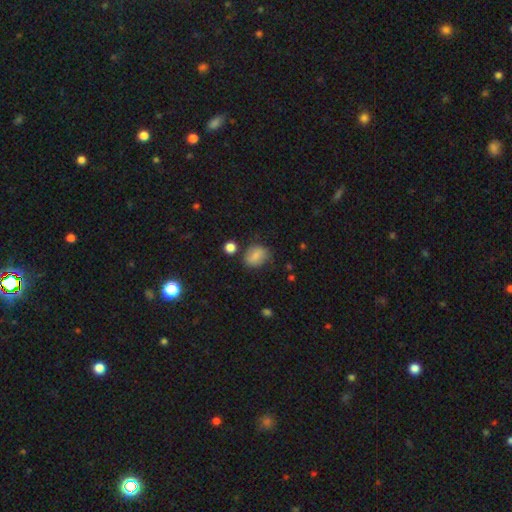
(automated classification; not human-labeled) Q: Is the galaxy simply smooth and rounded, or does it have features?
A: smooth — 73%.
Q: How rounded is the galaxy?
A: in between — 57%.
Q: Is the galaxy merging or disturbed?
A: none — 67%.